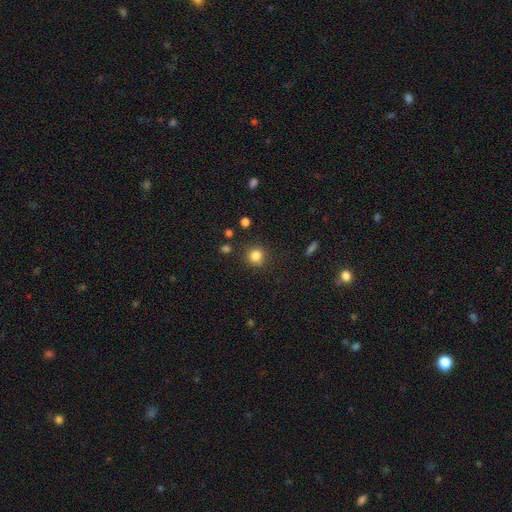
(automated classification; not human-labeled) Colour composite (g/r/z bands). It shows a smooth galaxy with no disk features (83%) that is round (90%). Merging: none (86%).